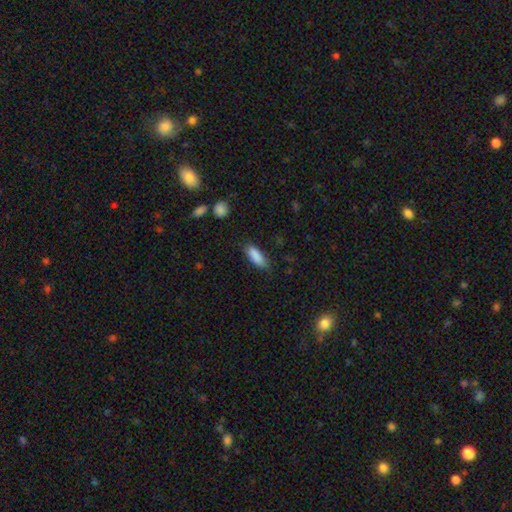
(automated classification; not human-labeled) Smooth or featured: smooth — 88% (star or artifact — 7%)
How rounded: in between — 69% (cigar-shaped — 29%)
Merging: none — 77% (minor disturbance — 17%)